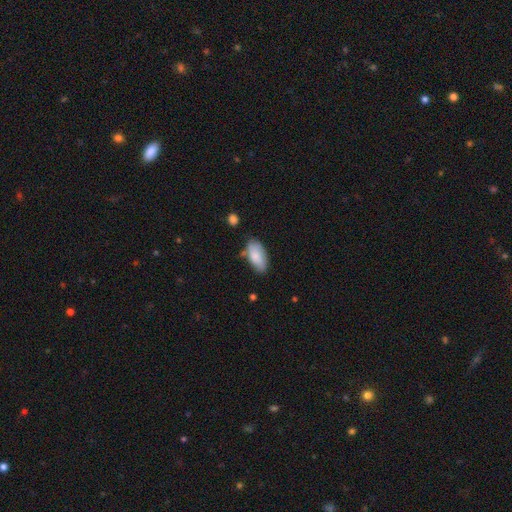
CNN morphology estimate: type=smooth (84%); roundness=in between (93%); merging=none (66%).